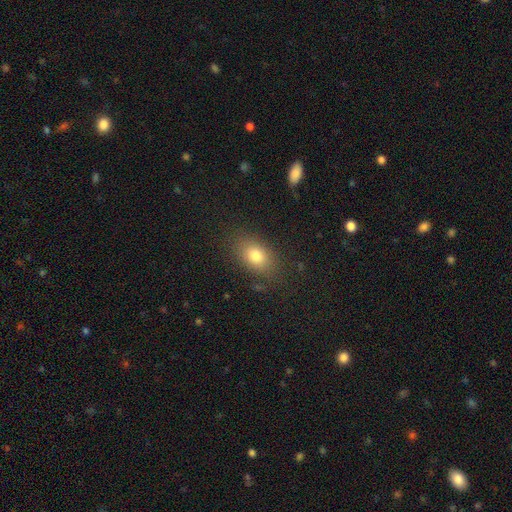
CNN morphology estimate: smooth 79%, star or artifact 11%, featured or disk 10%. Down the decision tree: how rounded — in between (79%); merging — none (83%).